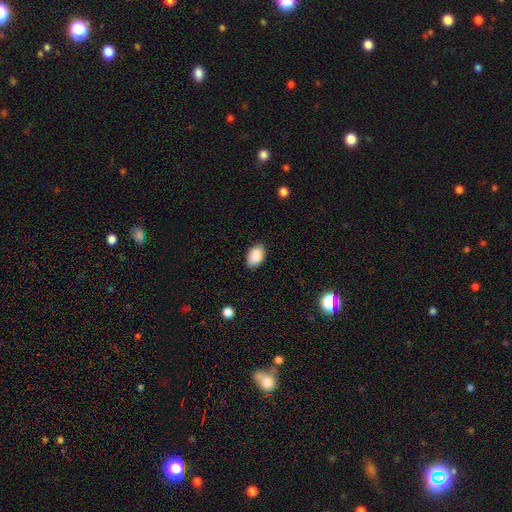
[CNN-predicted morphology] A smooth galaxy with no disk features (89%) that is in between round and cigar-shaped (89%). Merging: none (81%).